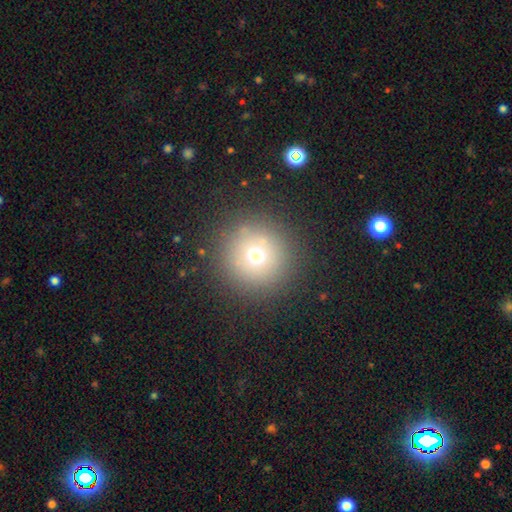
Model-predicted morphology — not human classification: Smooth or featured?
  - smooth: 66% *
  - star or artifact: 20%
  - featured or disk: 14%
How rounded?
  - round: 96% *
  - in between: 3%
  - cigar-shaped: 1%
Merging?
  - none: 87% *
  - minor disturbance: 7%
  - major disturbance: 4%
  - merger: 2%